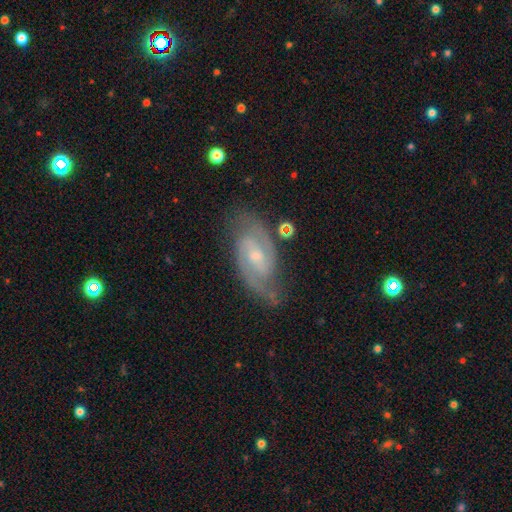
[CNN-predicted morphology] smooth-or-featured: featured or disk: 88% | smooth: 6% | star or artifact: 5%
  disk-edge-on: no: 96% | yes: 4%
    bar: weak: 56% | no: 31% | strong: 13%
    has-spiral-arms: yes: 98% | no: 2%
      spiral-winding: medium: 53% | tight: 35% | loose: 12%
      spiral-arm-count: 2: 88% | can't tell: 5% | 3: 3% | 1: 1% | 4: 1% | more than 4: 1%
    bulge-size: small: 57% | moderate: 37% | none: 4% | large: 1% | dominant: 1%
  merging: none: 76% | minor disturbance: 17% | major disturbance: 5% | merger: 2%